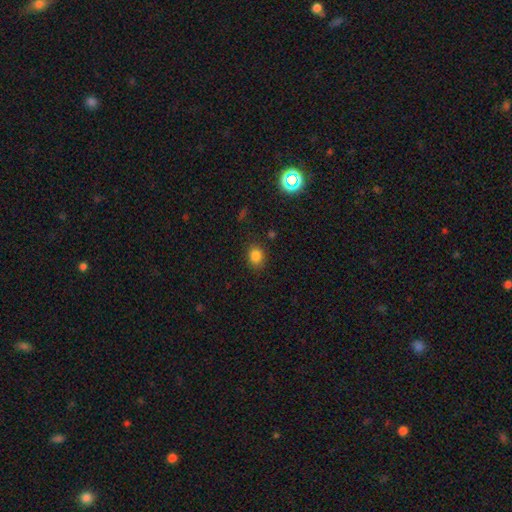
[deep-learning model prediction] smooth-or-featured: smooth: 82% | star or artifact: 13% | featured or disk: 5%
  how-rounded: round: 60% | in between: 39% | cigar-shaped: 1%
  merging: none: 85% | minor disturbance: 10% | major disturbance: 3% | merger: 2%